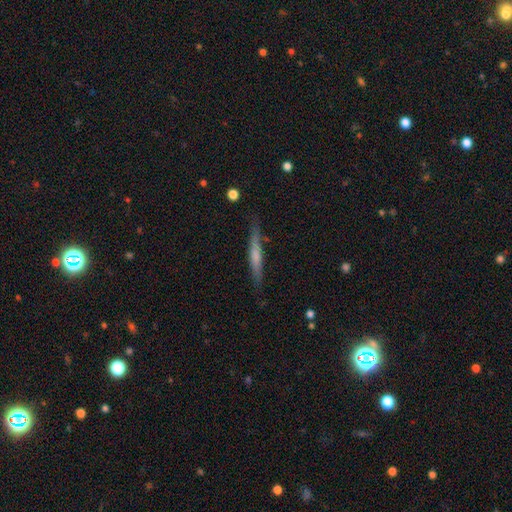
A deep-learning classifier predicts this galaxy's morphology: Overall: smooth (56%; featured or disk 38%). How rounded: cigar-shaped (94%). Merging: none (80%).